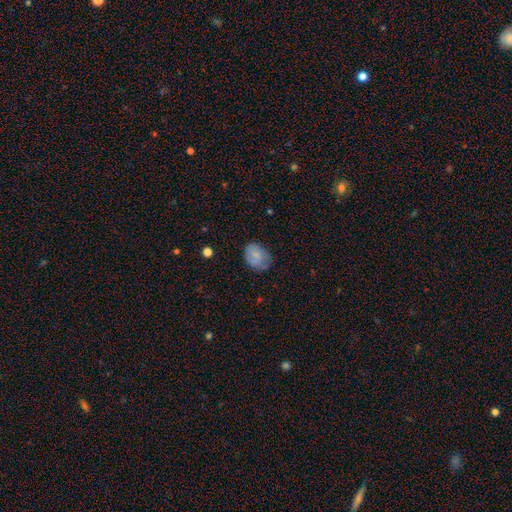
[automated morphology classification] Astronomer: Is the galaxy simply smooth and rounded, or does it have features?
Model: smooth — 76%.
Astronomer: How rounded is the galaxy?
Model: in between — 62% (runner-up: round, 37%).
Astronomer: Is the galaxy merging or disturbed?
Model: none — 62%.